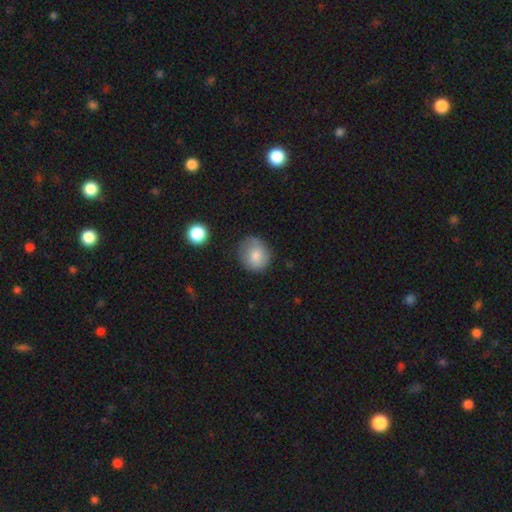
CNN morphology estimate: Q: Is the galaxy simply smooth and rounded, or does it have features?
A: smooth — 79%.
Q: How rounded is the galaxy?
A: round — 70%.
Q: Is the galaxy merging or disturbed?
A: none — 70%.